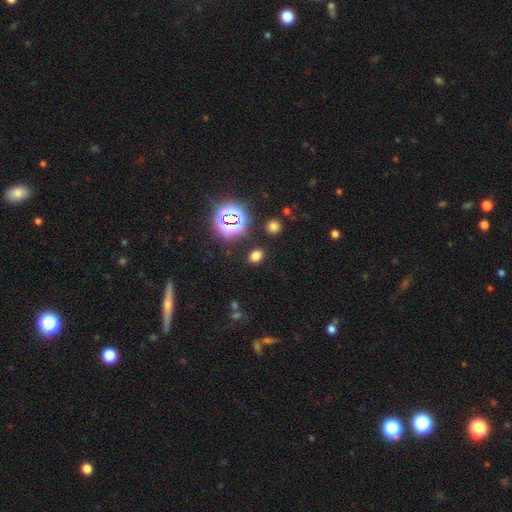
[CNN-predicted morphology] smooth_or_featured: smooth (p=0.67) [alt: star or artifact p=0.27]
how_rounded: in between (p=0.65) [alt: round p=0.33]
merging: none (p=0.85) [alt: minor disturbance p=0.08]